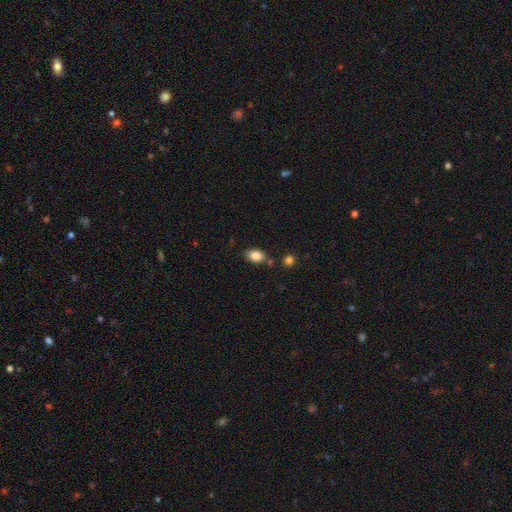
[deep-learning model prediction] Smooth or featured? smooth (86%)
How rounded? in between (86%)
Merging? none (76%)